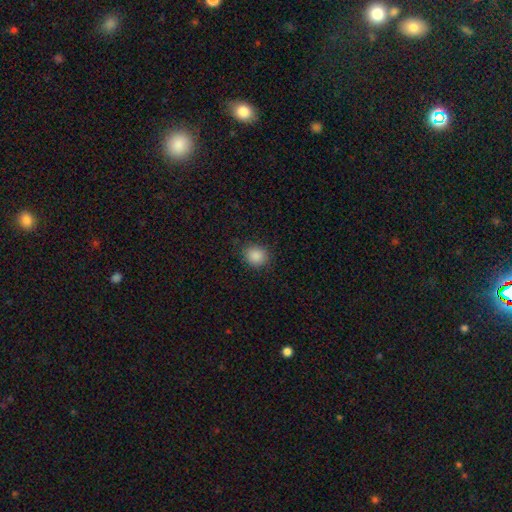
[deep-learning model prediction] smooth 87%, star or artifact 9%, featured or disk 3%. Down the decision tree: how rounded — round (72%); merging — none (86%).